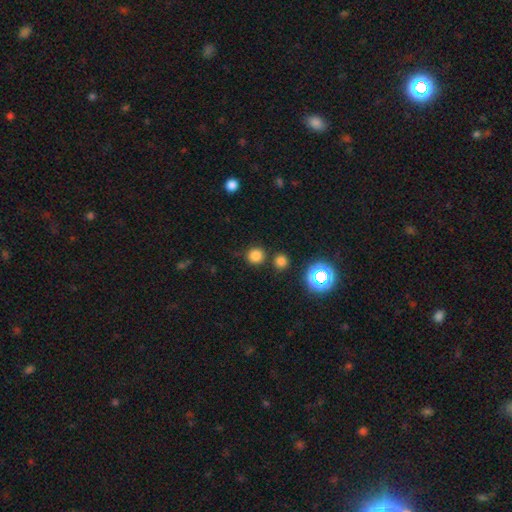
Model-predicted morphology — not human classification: Q: Smooth or featured?
A: smooth (78%); runner-up: star or artifact (17%)
Q: How rounded?
A: round (93%); runner-up: in between (6%)
Q: Merging?
A: none (81%); runner-up: merger (9%)